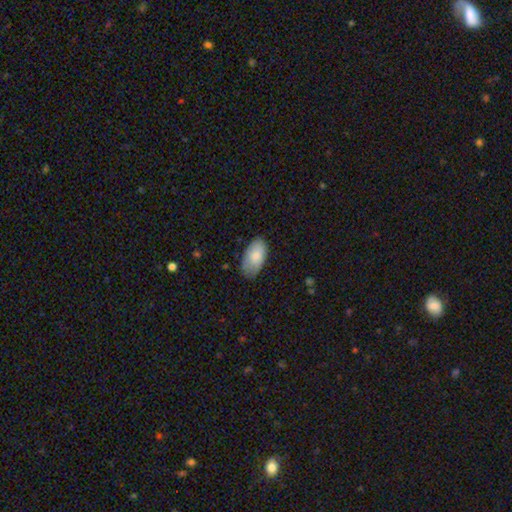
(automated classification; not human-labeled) smooth 84%, featured or disk 10%, star or artifact 6%. Down the decision tree: how rounded — in between (95%); merging — none (71%).